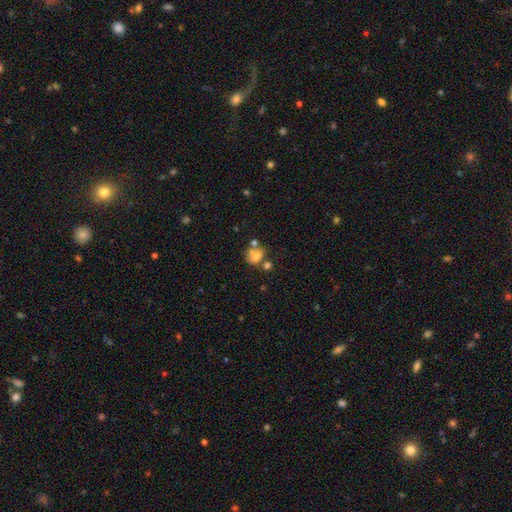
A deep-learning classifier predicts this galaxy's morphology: smooth_or_featured: smooth (p=0.71) [alt: featured or disk p=0.17]
how_rounded: in between (p=0.58) [alt: round p=0.40]
merging: none (p=0.38) [alt: merger p=0.35]